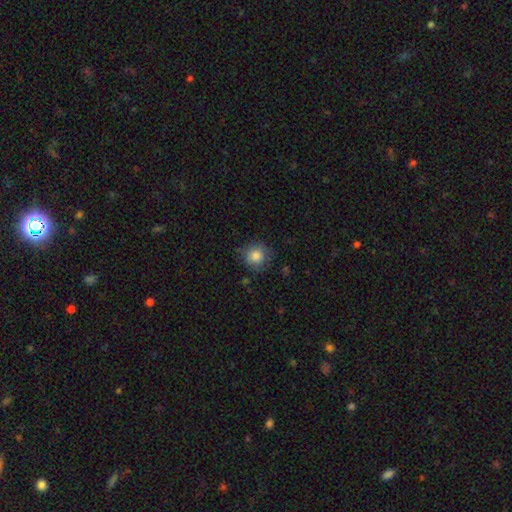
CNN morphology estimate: Smooth or featured?
  - smooth: 83% *
  - star or artifact: 9%
  - featured or disk: 8%
How rounded?
  - round: 88% *
  - in between: 11%
  - cigar-shaped: 1%
Merging?
  - none: 76% *
  - minor disturbance: 18%
  - major disturbance: 5%
  - merger: 1%